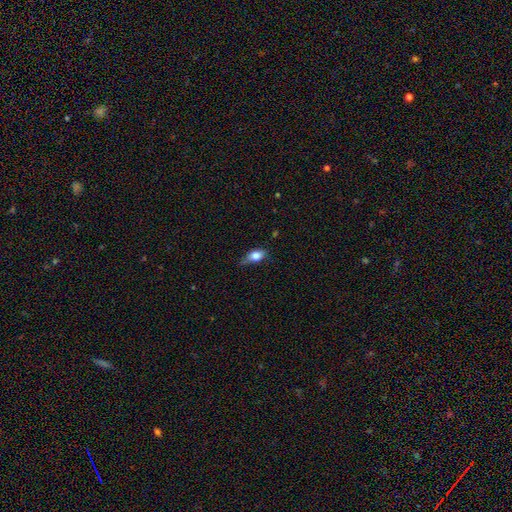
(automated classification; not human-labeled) This appears to be a smooth galaxy with no disk features (79%) that is in between round and cigar-shaped (77%). Merging: none (44%).